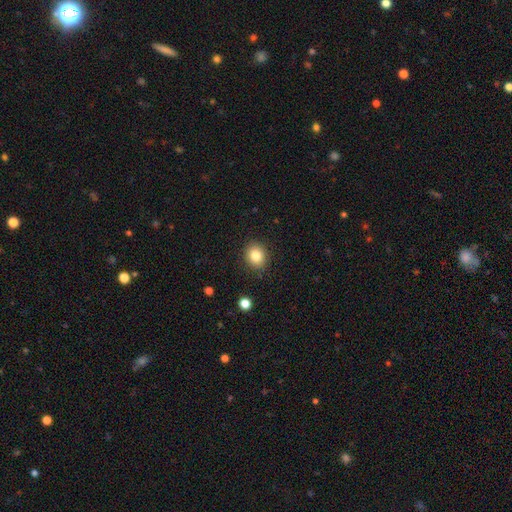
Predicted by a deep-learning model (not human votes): A smooth galaxy with no disk features (83%) that is round (70%).

Vote fractions:
- Smooth or featured? smooth: 83% / star or artifact: 10% / featured or disk: 7%
- How rounded? round: 70% / in between: 29% / cigar-shaped: 1%
- Merging? none: 89% / minor disturbance: 8% / major disturbance: 2% / merger: 1%